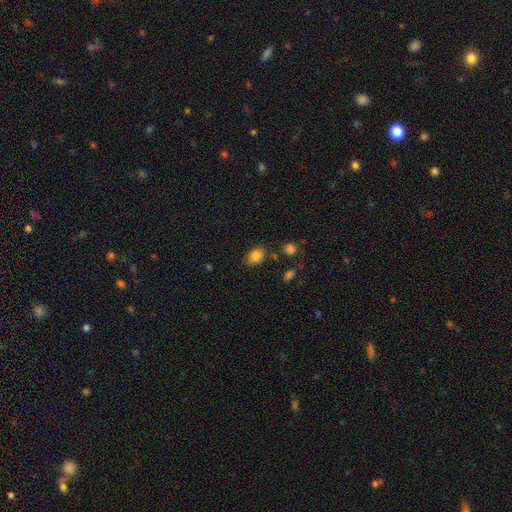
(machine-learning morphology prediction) The model was most divided on "how rounded": in between: 71%, round: 28%, cigar-shaped: 1%. More confident: smooth or featured — smooth (84%); merging — none (77%).